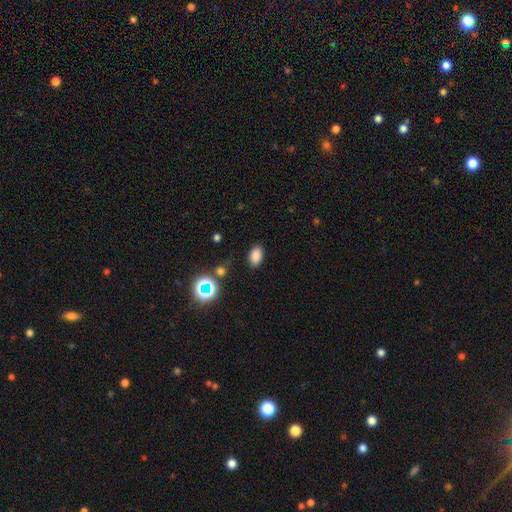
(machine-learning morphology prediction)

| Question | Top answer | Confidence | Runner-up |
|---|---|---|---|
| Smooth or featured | smooth | 81% | star or artifact (14%) |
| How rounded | in between | 89% | round (9%) |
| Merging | none | 85% | minor disturbance (10%) |